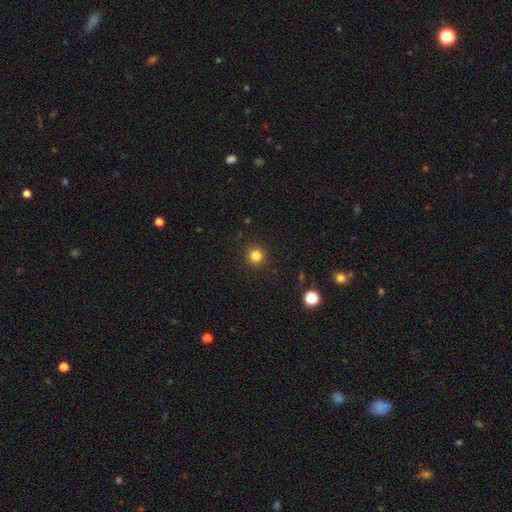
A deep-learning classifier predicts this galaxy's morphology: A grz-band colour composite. It shows a smooth galaxy with no disk features (82%) that is round (94%). Merging: none (93%).